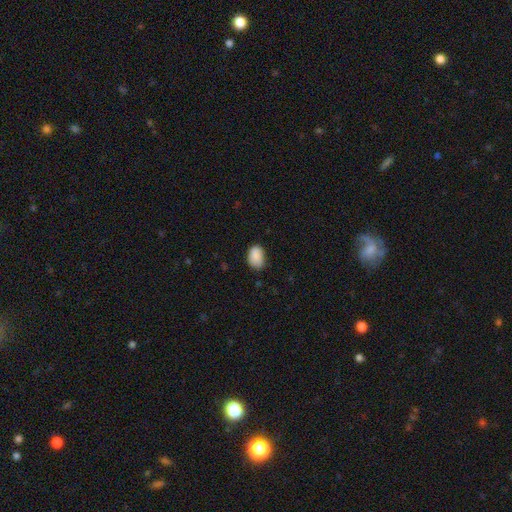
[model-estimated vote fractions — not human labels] smooth 88%, star or artifact 8%, featured or disk 4%. Down the decision tree: how rounded — in between (83%); merging — none (69%).